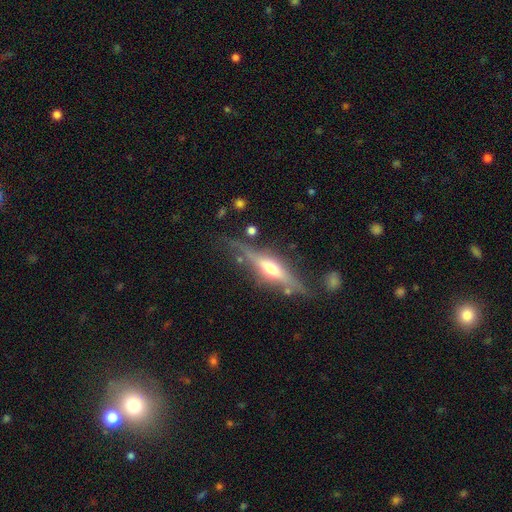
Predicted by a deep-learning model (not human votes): This is likely a featured or disk galaxy (67%). It is likely viewed edge-on (79%). Edge-on bulge: clearly rounded (90%). Merging: likely none (73%).